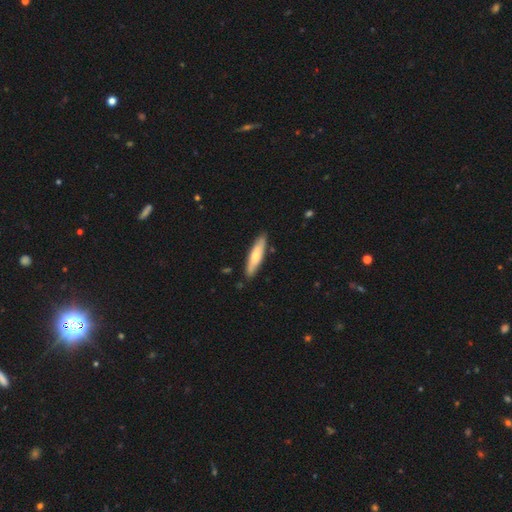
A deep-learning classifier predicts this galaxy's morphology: Smooth or featured? Predicted: smooth (p=0.65). How rounded? Predicted: cigar-shaped (p=0.76). Merging? Predicted: none (p=0.86).